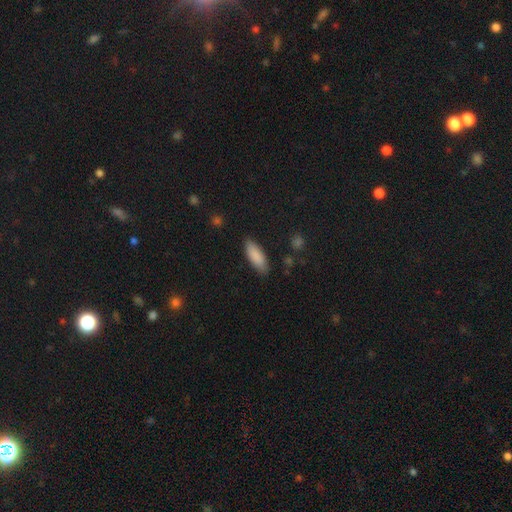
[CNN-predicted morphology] A smooth galaxy with no disk features (88%) that is in between round and cigar-shaped (68%). Merging: none (84%).